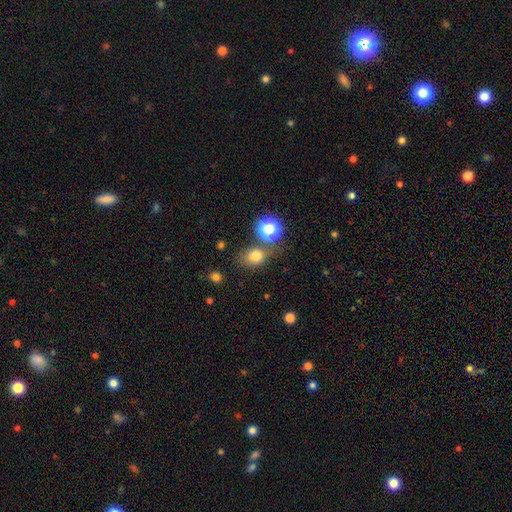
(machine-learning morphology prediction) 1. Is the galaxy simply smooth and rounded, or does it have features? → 76% smooth, 16% star or artifact, 8% featured or disk.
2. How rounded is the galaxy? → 51% in between, 47% round, 1% cigar-shaped.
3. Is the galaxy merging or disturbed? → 61% none, 17% minor disturbance, 15% merger, 7% major disturbance.